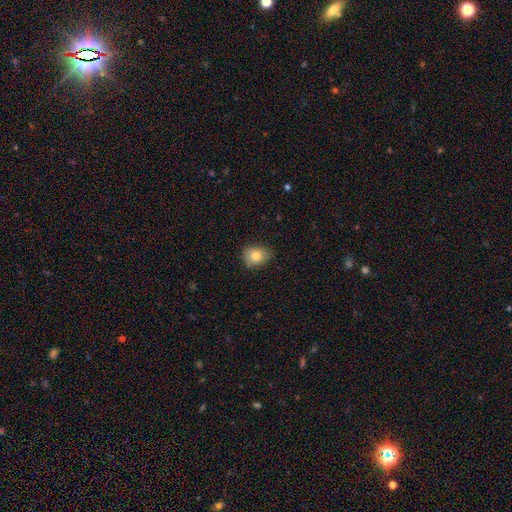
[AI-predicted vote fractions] Overall: smooth (80%). How rounded: round (51%; in between 48%). Merging: none (73%).